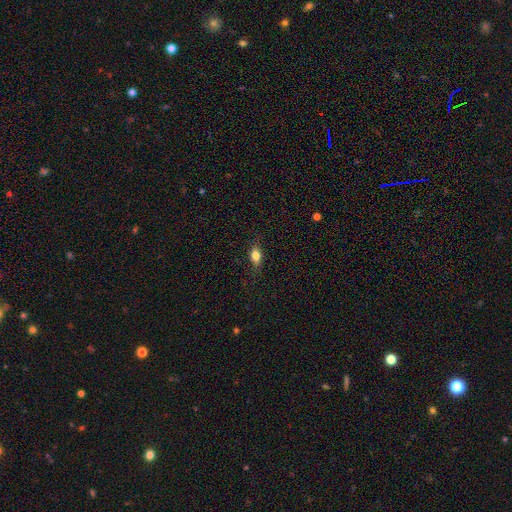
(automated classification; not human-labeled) Smooth or featured? smooth (76%)
How rounded? in between (73%)
Merging? none (79%)